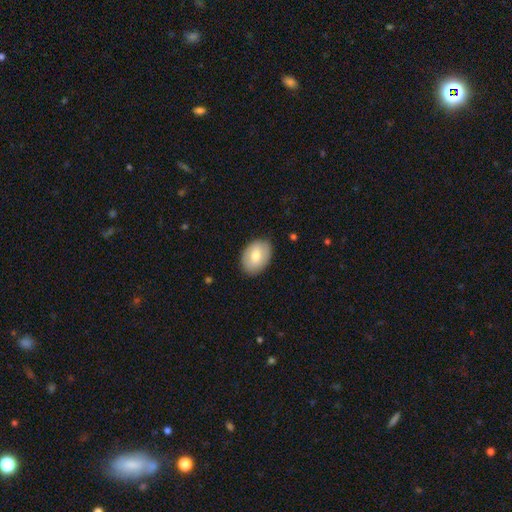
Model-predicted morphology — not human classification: smooth 70%, featured or disk 24%, star or artifact 6%. Down the decision tree: how rounded — in between (80%); merging — none (85%).